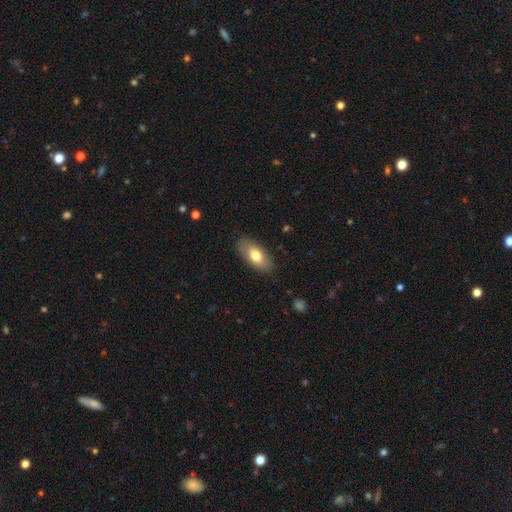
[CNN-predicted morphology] Smooth or featured?
  - smooth: 73% *
  - featured or disk: 21%
  - star or artifact: 6%
How rounded?
  - in between: 89% *
  - cigar-shaped: 8%
  - round: 3%
Merging?
  - none: 84% *
  - minor disturbance: 12%
  - major disturbance: 3%
  - merger: 1%